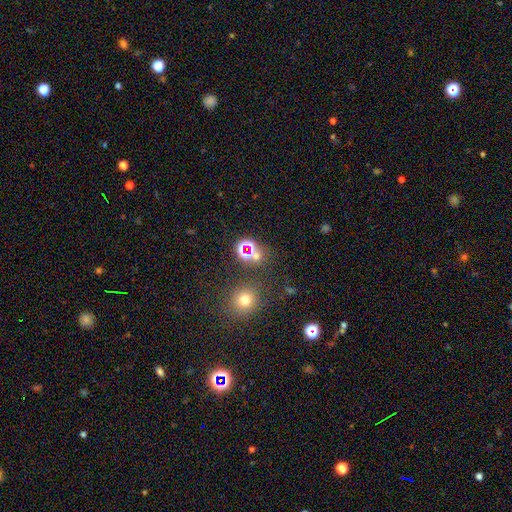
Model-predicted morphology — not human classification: Q: Smooth or featured?
A: star or artifact (49%); runner-up: smooth (41%)